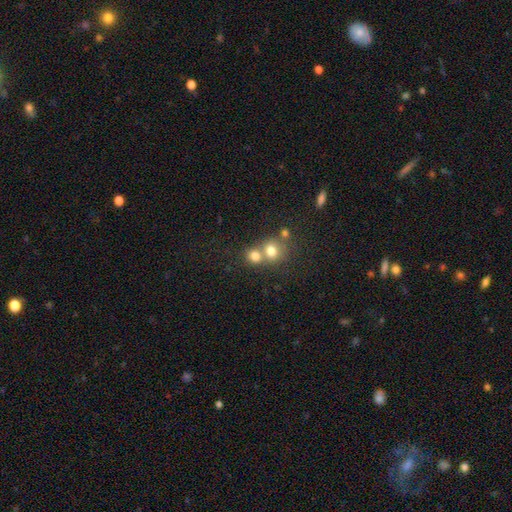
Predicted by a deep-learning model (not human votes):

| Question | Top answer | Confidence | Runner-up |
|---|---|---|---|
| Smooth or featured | smooth | 73% | star or artifact (14%) |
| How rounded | round | 76% | in between (23%) |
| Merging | merger | 57% | none (34%) |